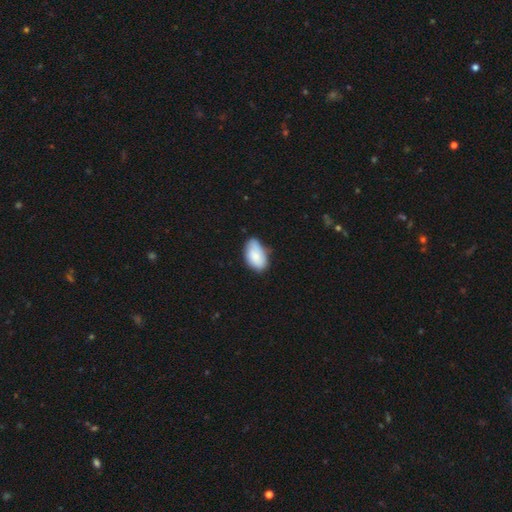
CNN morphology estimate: Smooth or featured? Predicted: smooth (p=0.82). How rounded? Predicted: in between (p=0.94). Merging? Predicted: none (p=0.55).